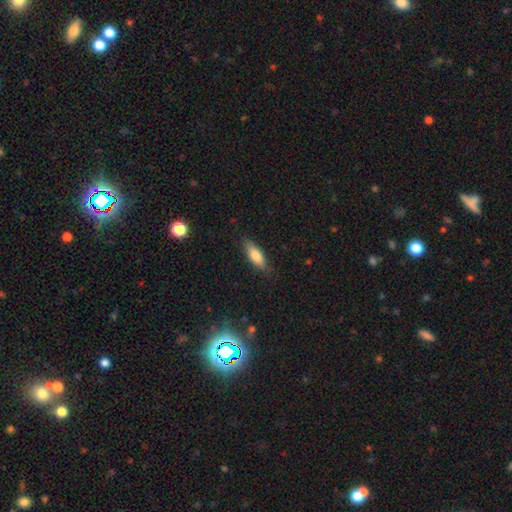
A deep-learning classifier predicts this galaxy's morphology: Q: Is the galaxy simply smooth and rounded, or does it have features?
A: smooth — 78%.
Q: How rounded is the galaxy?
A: in between — 61%.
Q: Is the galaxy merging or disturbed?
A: none — 81%.